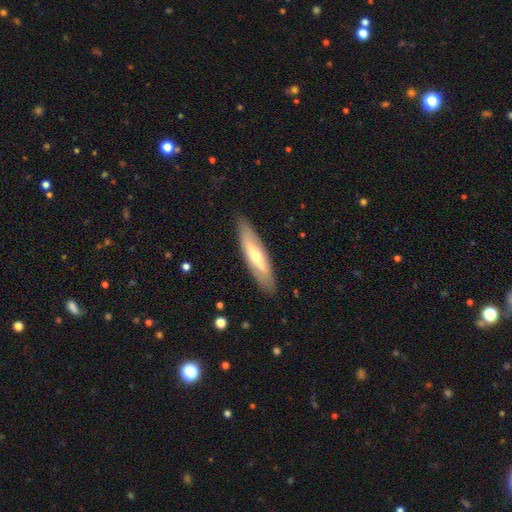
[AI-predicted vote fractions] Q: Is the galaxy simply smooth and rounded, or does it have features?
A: featured or disk — 54%.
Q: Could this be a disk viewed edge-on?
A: yes — 55%.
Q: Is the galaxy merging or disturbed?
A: none — 86%.